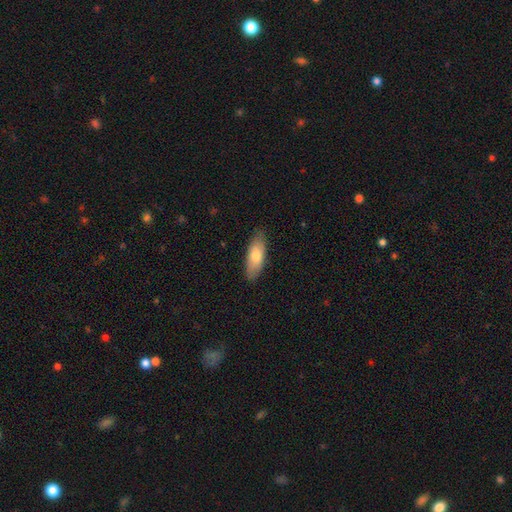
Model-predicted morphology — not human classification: smooth_or_featured: smooth (p=0.74) [alt: featured or disk p=0.20]
how_rounded: in between (p=0.75) [alt: cigar-shaped p=0.23]
merging: none (p=0.85) [alt: minor disturbance p=0.12]